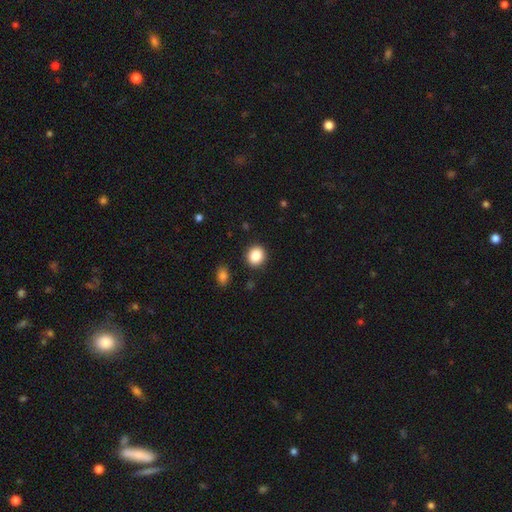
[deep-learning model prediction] smooth_or_featured: smooth (p=0.87) [alt: star or artifact p=0.09]
how_rounded: round (p=0.82) [alt: in between p=0.17]
merging: none (p=0.90) [alt: minor disturbance p=0.06]